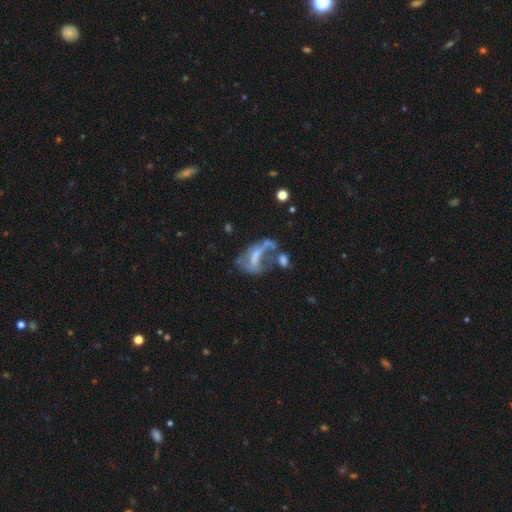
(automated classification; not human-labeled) This is likely a featured or disk galaxy (61%). It is clearly not viewed edge-on (94%). Bar: possibly no (48%). Spiral arm pattern: likely no (65%). Central bulge: possibly none (46%). Merging: marginally major disturbance (39%).